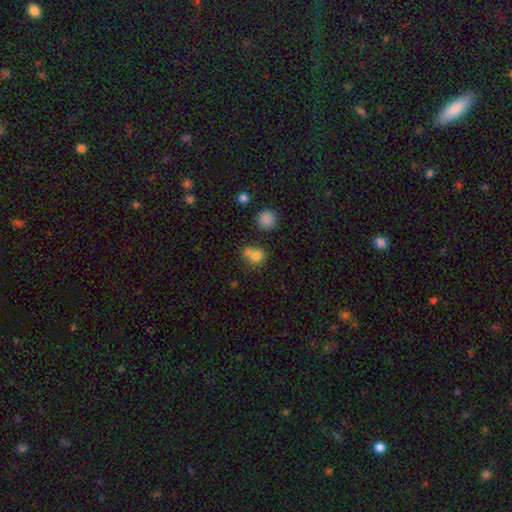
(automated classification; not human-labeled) This is likely a smooth galaxy (76%). How rounded: likely round (79%). Merging: marginally merger (44%).